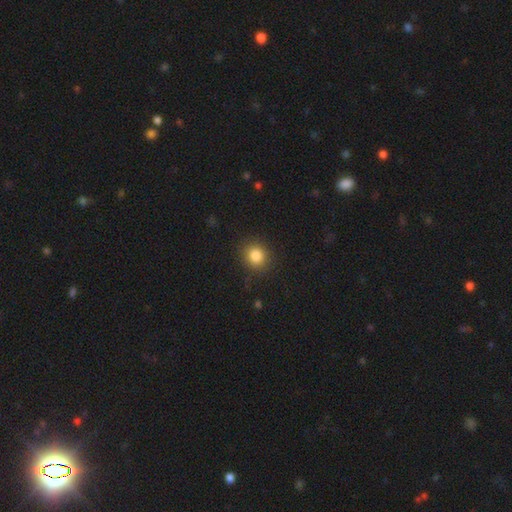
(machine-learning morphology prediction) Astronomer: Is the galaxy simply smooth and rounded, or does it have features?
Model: smooth — 84%.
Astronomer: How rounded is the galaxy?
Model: round — 79%.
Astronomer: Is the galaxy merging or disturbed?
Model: none — 88%.